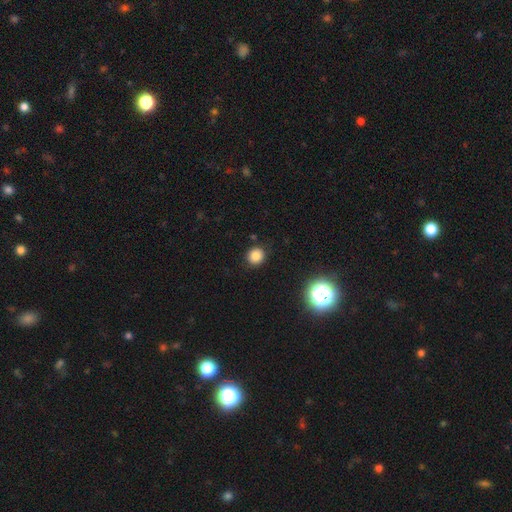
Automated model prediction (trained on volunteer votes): This is clearly a smooth galaxy (82%). How rounded: clearly round (88%). Merging: clearly none (88%).